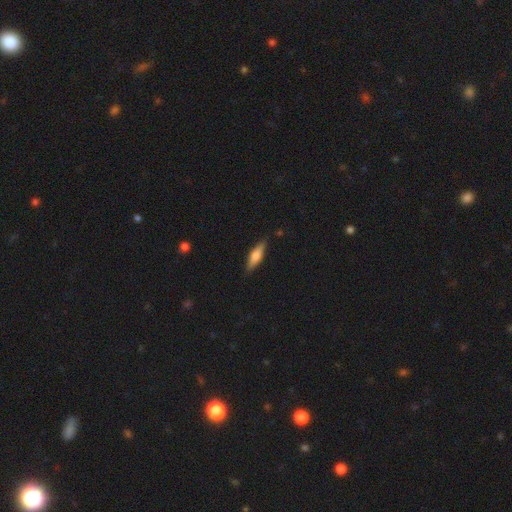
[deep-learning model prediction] smooth 59%, featured or disk 35%, star or artifact 7%. Down the decision tree: how rounded — cigar-shaped (56%); merging — none (84%).